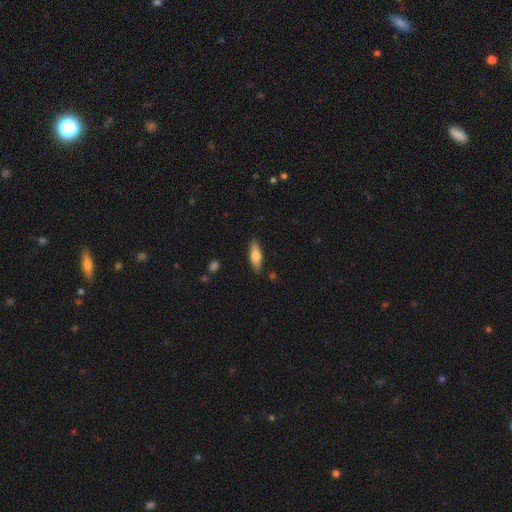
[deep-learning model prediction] Q: Smooth or featured?
A: smooth (68%); runner-up: featured or disk (26%)
Q: How rounded?
A: in between (56%); runner-up: cigar-shaped (41%)
Q: Merging?
A: none (85%); runner-up: minor disturbance (11%)